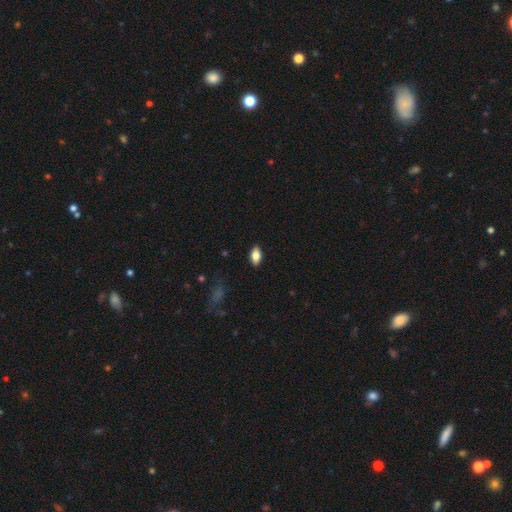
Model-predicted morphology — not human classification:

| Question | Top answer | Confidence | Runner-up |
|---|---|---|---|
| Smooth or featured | smooth | 76% | featured or disk (17%) |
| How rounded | in between | 89% | cigar-shaped (7%) |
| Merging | none | 88% | minor disturbance (9%) |